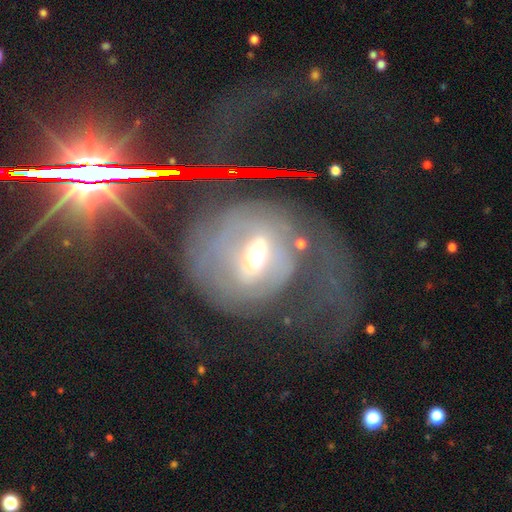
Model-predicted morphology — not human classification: A featured or disk galaxy (68%) with a weak bar (42%), spiral arms (65%) and a moderate central bulge (59%). Merging: major disturbance (40%).